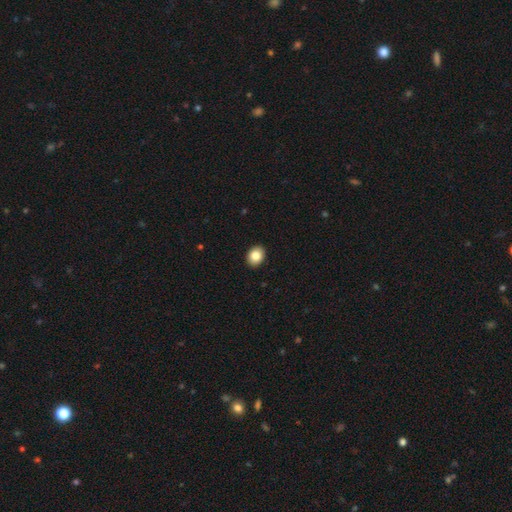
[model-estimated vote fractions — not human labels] Morphology: type=smooth (84%); roundness=in between (64%); merging=none (92%).